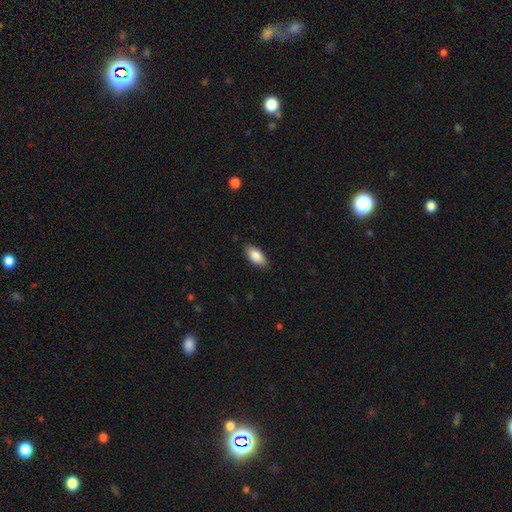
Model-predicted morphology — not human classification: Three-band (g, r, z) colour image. It shows a smooth galaxy with no disk features (87%) that is in between round and cigar-shaped (92%). Merging: none (88%).